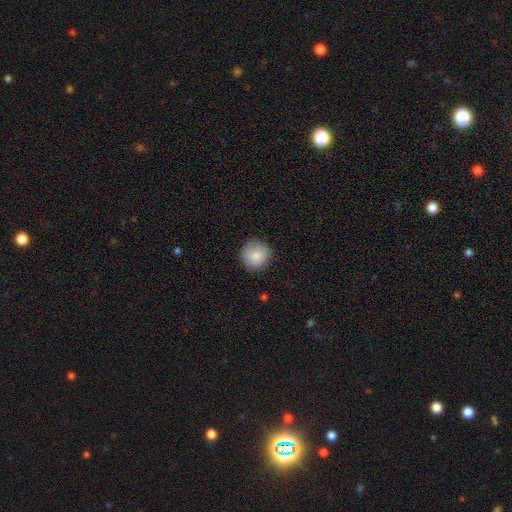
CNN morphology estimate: Smooth or featured?
  - smooth: 86% *
  - star or artifact: 8%
  - featured or disk: 6%
How rounded?
  - round: 92% *
  - in between: 7%
  - cigar-shaped: 1%
Merging?
  - none: 85% *
  - minor disturbance: 11%
  - major disturbance: 3%
  - merger: 1%